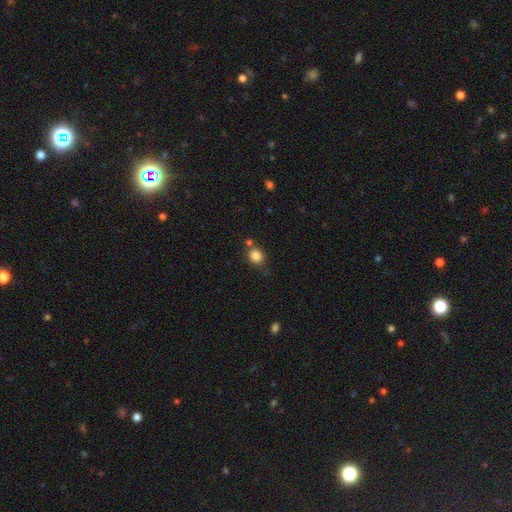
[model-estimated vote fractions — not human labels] Smooth or featured: smooth — 84% (star or artifact — 11%)
How rounded: round — 77% (in between — 22%)
Merging: none — 67% (merger — 15%)